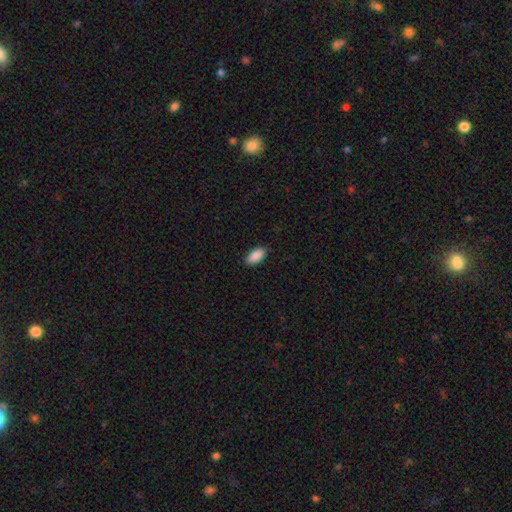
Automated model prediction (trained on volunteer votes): Smooth or featured? smooth (90%)
How rounded? in between (94%)
Merging? none (88%)